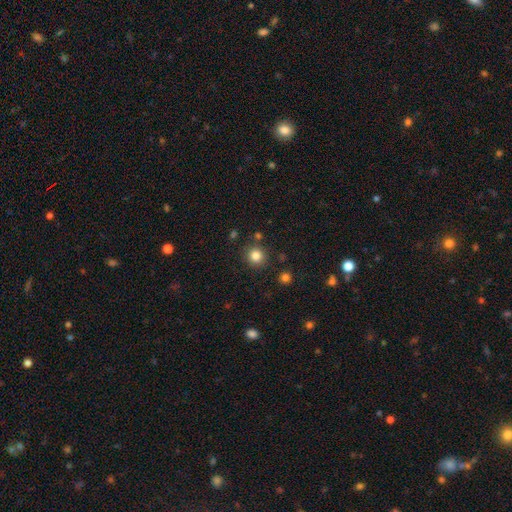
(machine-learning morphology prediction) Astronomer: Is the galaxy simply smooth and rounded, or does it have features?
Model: smooth — 84%.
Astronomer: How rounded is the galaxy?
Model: round — 92%.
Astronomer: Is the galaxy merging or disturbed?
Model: none — 86%.